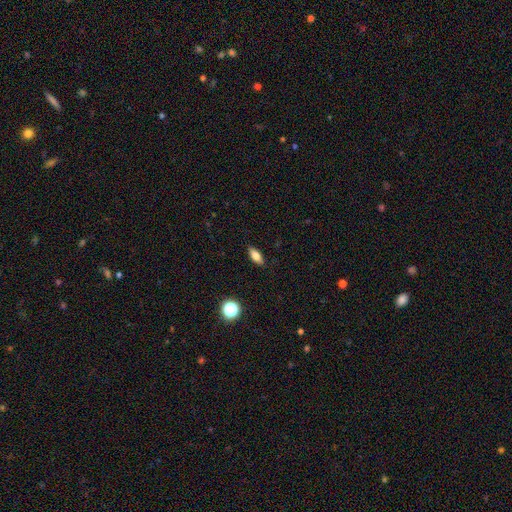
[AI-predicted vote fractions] smooth 75%, featured or disk 15%, star or artifact 9%. Down the decision tree: how rounded — in between (77%); merging — none (88%).